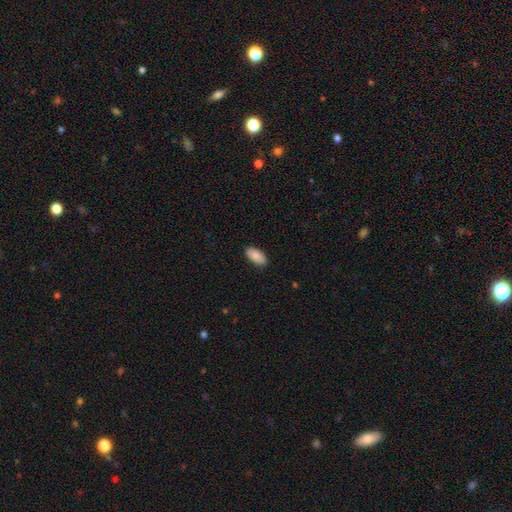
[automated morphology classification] Q: Smooth or featured?
A: smooth (88%); runner-up: star or artifact (6%)
Q: How rounded?
A: in between (93%); runner-up: cigar-shaped (5%)
Q: Merging?
A: none (89%); runner-up: minor disturbance (9%)